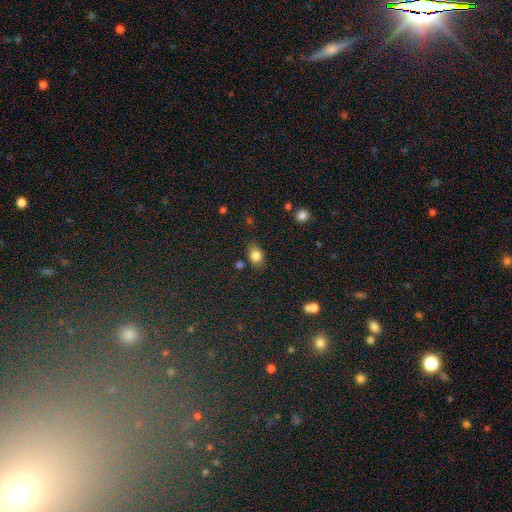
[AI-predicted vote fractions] smooth_or_featured: smooth (p=0.83) [alt: star or artifact p=0.10]
how_rounded: in between (p=0.70) [alt: round p=0.29]
merging: none (p=0.78) [alt: minor disturbance p=0.14]